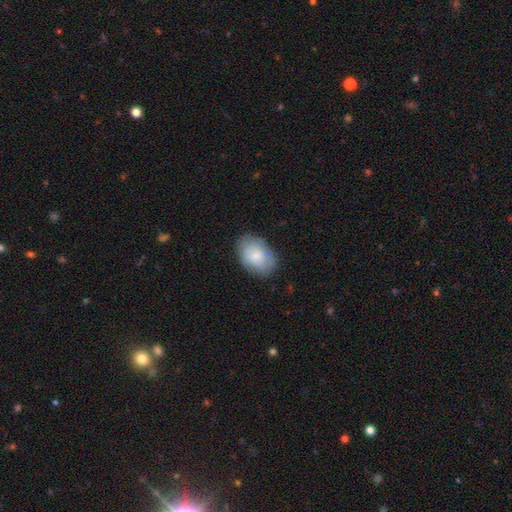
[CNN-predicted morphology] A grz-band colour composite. It shows a smooth galaxy with no disk features (69%) that is in between round and cigar-shaped (82%). Merging: none (77%).